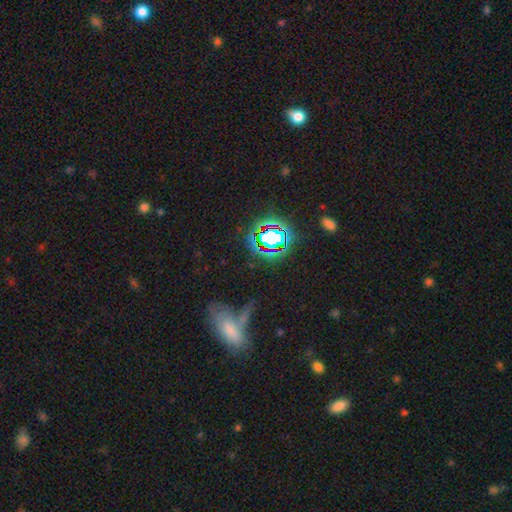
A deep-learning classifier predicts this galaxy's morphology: This appears to be a star or artifact, not a galaxy (69%).